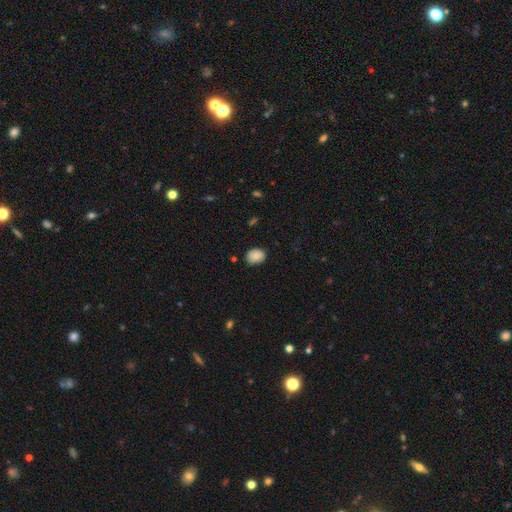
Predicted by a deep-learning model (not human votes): Q: Smooth or featured?
A: smooth (86%); runner-up: star or artifact (8%)
Q: How rounded?
A: in between (57%); runner-up: round (42%)
Q: Merging?
A: none (83%); runner-up: minor disturbance (14%)